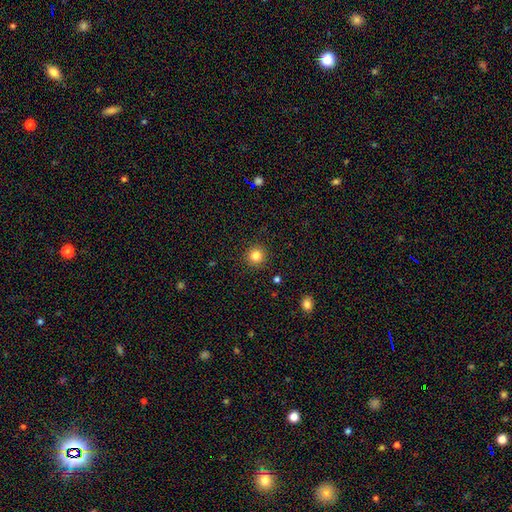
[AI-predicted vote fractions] A smooth galaxy with no disk features (83%) that is round (95%).

Vote fractions:
- Smooth or featured? smooth: 83% / star or artifact: 12% / featured or disk: 5%
- How rounded? round: 95% / in between: 4% / cigar-shaped: 1%
- Merging? none: 92% / minor disturbance: 5% / major disturbance: 2% / merger: 1%